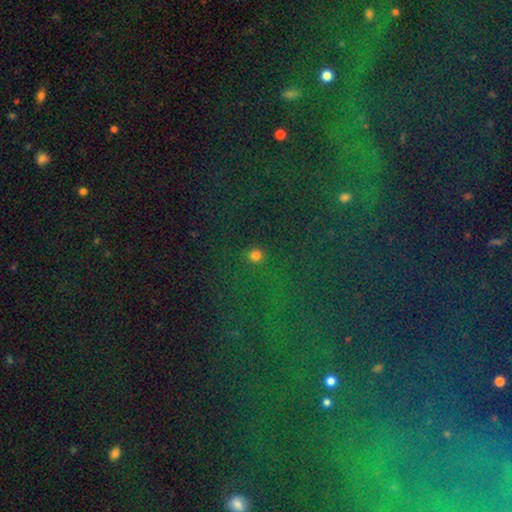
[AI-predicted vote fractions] Overall: smooth (74%). How rounded: round (93%). Merging: none (88%).